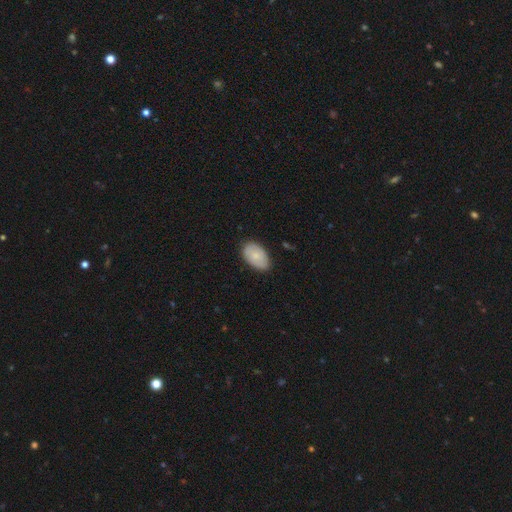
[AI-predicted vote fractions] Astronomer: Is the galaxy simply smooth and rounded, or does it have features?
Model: smooth — 73%.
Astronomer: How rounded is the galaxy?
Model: in between — 92%.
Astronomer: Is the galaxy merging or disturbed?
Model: none — 80%.